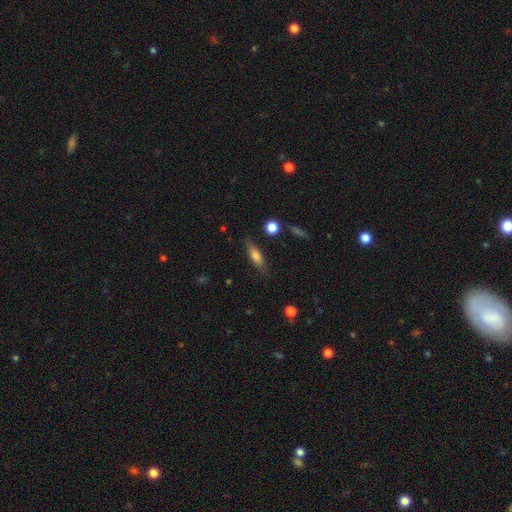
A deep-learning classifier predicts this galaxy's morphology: Overall: smooth (69%). How rounded: cigar-shaped (54%; in between 43%). Merging: none (82%).